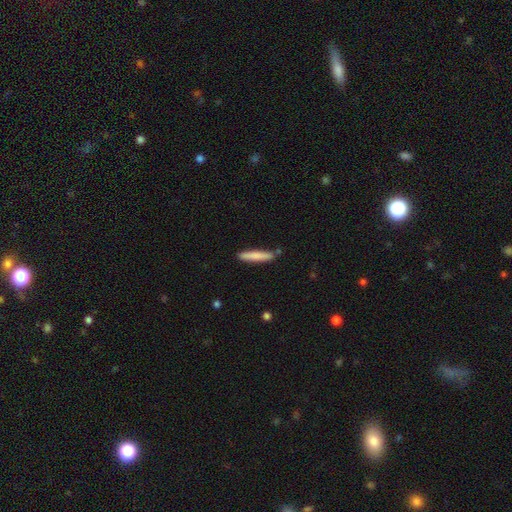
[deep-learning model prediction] Overall: smooth (79%). How rounded: cigar-shaped (93%). Merging: none (83%).